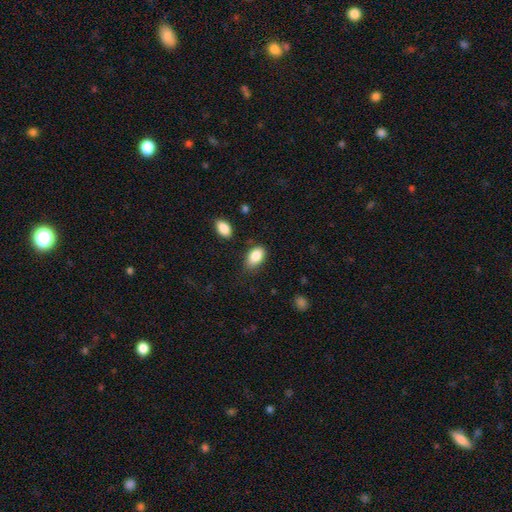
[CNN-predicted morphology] Smooth or featured? smooth (87%)
How rounded? in between (91%)
Merging? none (74%)